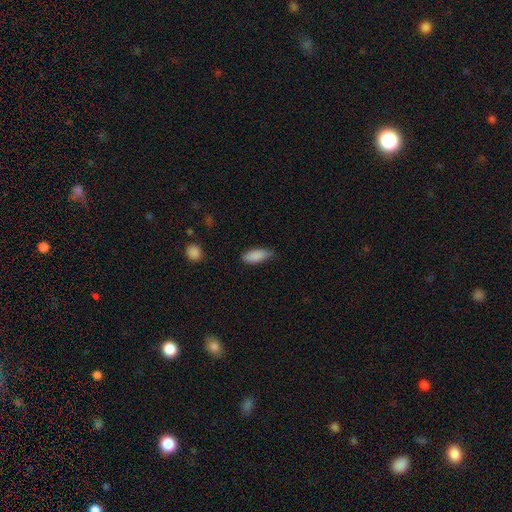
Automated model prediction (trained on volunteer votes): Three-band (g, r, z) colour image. It shows a smooth galaxy with no disk features (88%) that is in between round and cigar-shaped (78%). Merging: none (71%).